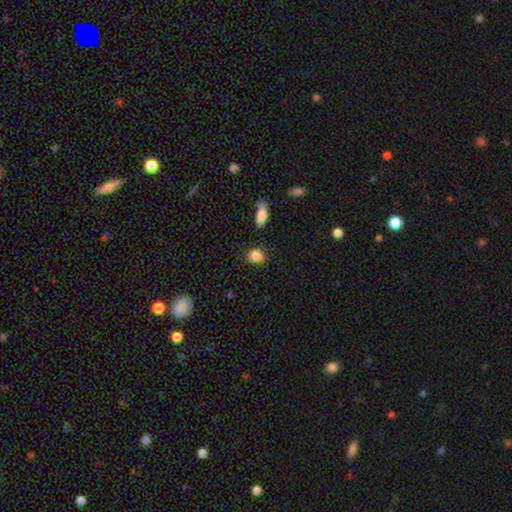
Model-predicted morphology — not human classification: Overall: smooth (86%). How rounded: round (60%; in between 38%). Merging: none (78%).